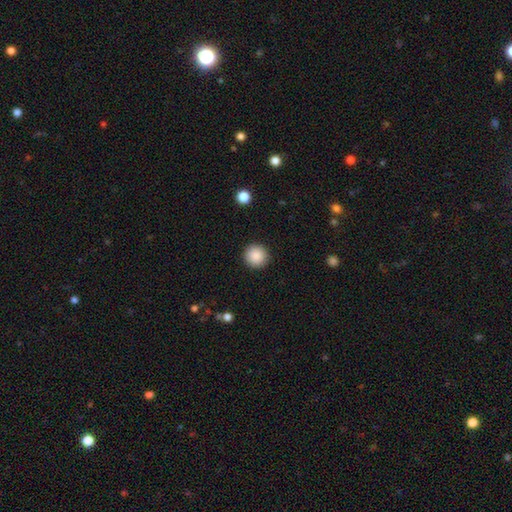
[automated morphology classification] A smooth galaxy with no disk features (88%) that is round (96%). Merging: none (92%).